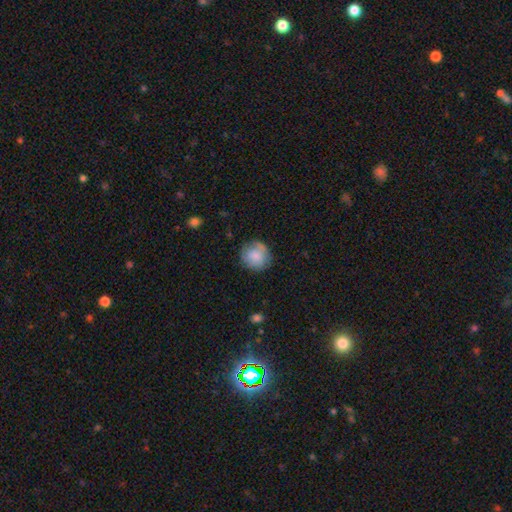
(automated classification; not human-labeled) Overall: smooth (70%). How rounded: round (86%). Merging: none (72%).